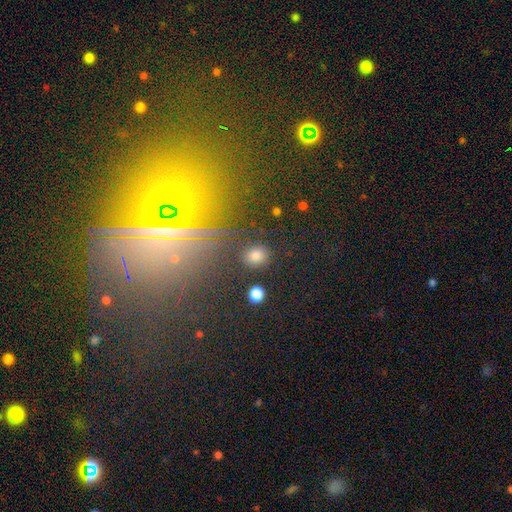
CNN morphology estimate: This is likely a smooth galaxy (80%). How rounded: likely round (74%). Merging: clearly none (82%).